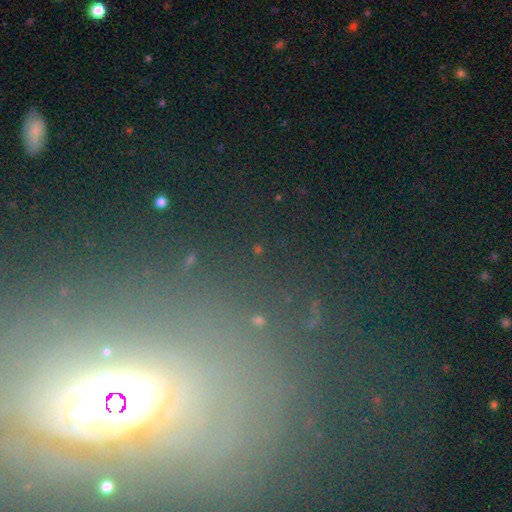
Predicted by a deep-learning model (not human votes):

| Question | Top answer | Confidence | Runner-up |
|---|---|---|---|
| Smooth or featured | star or artifact | 48% | featured or disk (30%) |